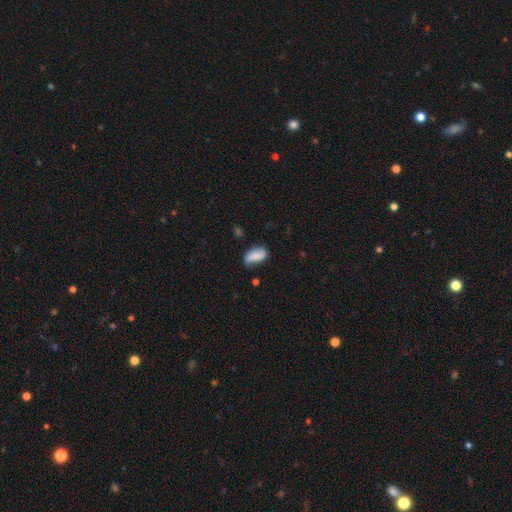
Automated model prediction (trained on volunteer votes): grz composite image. It shows a smooth galaxy with no disk features (68%) that is in between round and cigar-shaped (91%). Merging: none (61%).